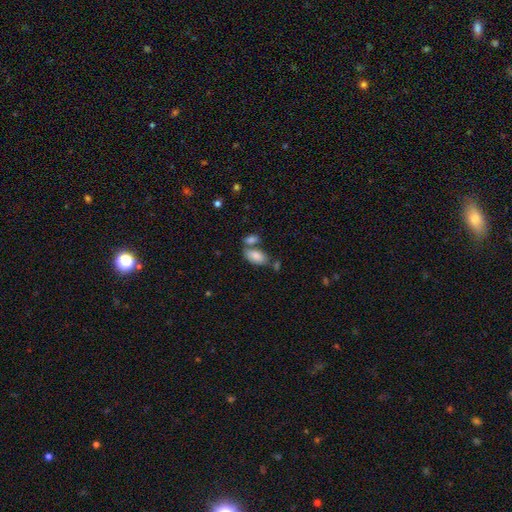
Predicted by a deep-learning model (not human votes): Smooth or featured: smooth — 85% (featured or disk — 9%)
How rounded: in between — 93% (cigar-shaped — 4%)
Merging: none — 51% (merger — 31%)